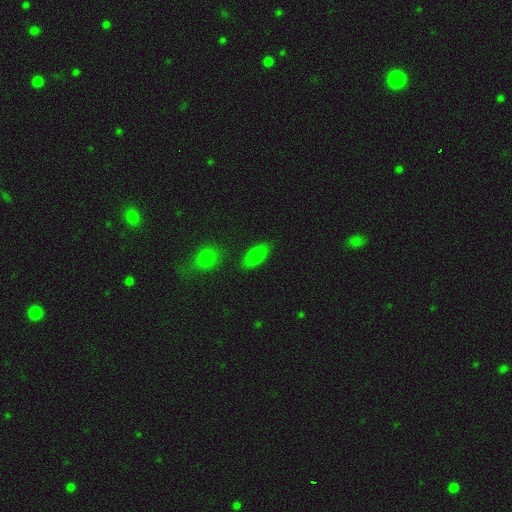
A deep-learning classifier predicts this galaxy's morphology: type=smooth (82%); roundness=in between (88%); merging=none (82%).